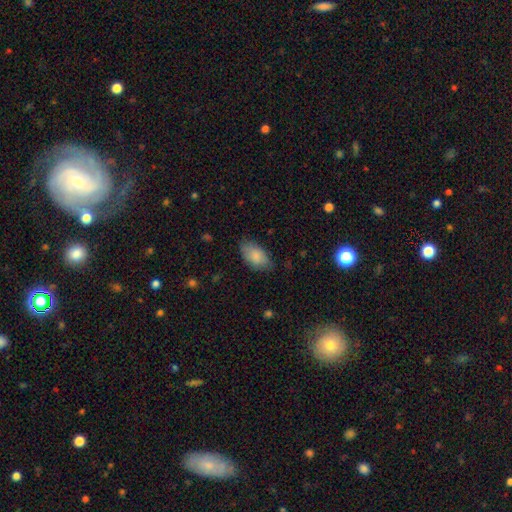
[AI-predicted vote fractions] smooth 85%, featured or disk 9%, star or artifact 6%. Down the decision tree: how rounded — in between (93%); merging — none (72%).